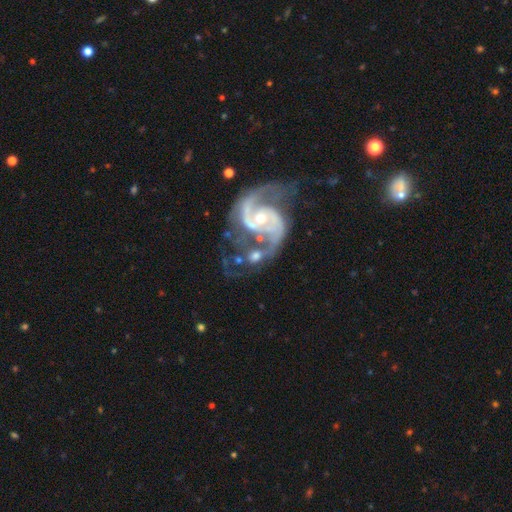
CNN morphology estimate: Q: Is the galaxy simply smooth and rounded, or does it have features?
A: featured or disk — 85%.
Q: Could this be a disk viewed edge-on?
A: no — 98%.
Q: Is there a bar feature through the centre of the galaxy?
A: no — 58%.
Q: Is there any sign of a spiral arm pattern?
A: yes — 93%.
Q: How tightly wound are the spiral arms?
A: medium — 49%.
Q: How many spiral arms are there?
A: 2 — 88%.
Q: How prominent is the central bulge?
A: moderate — 59%.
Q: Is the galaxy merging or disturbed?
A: merger — 33%.